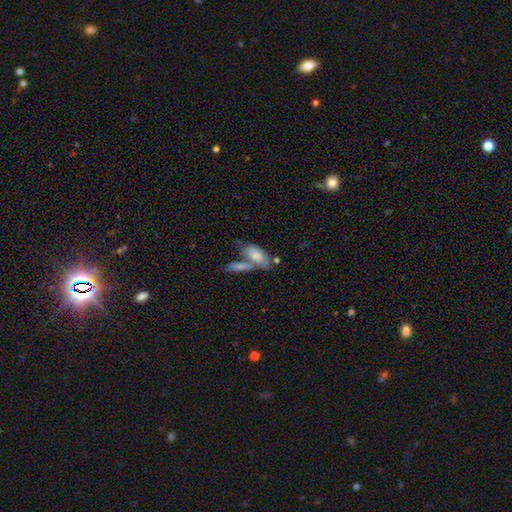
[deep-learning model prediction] Overall: smooth (76%). How rounded: in between (87%). Merging: merger (48%; none 33%).